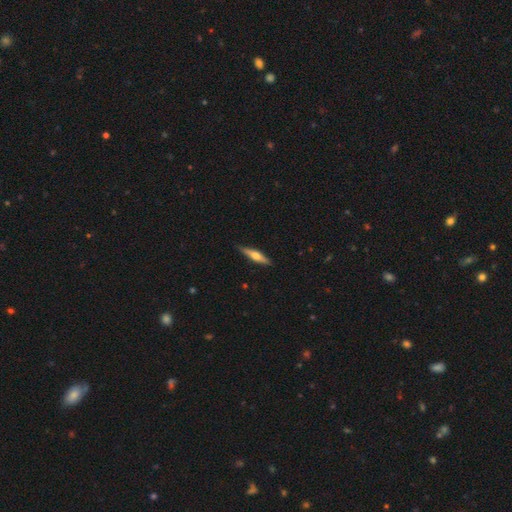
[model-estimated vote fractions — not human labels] This is possibly a featured or disk galaxy (54%). It is clearly viewed edge-on (95%). Edge-on bulge: clearly rounded (90%). Merging: clearly none (88%).